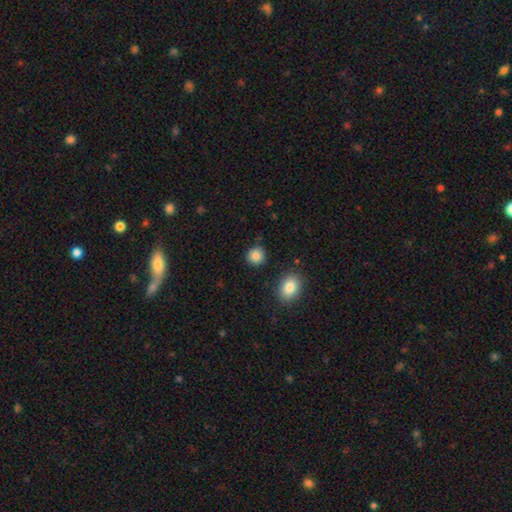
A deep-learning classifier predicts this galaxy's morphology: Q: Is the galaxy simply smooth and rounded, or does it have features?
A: smooth — 86%.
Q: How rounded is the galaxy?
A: round — 87%.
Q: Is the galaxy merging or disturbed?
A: none — 86%.